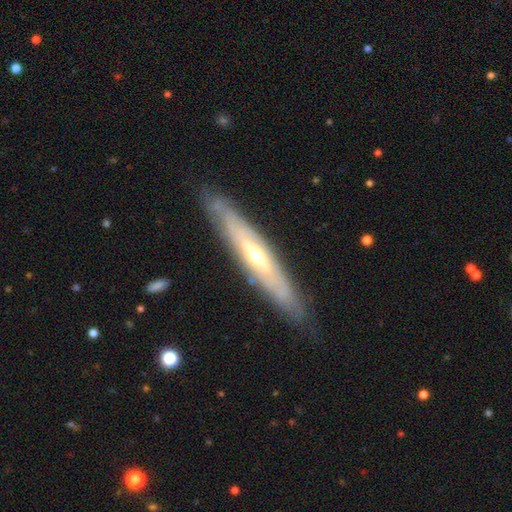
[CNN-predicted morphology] Smooth or featured? Predicted: featured or disk (p=0.75). Edge-on disk? Predicted: yes (p=0.63). Merging? Predicted: none (p=0.83).